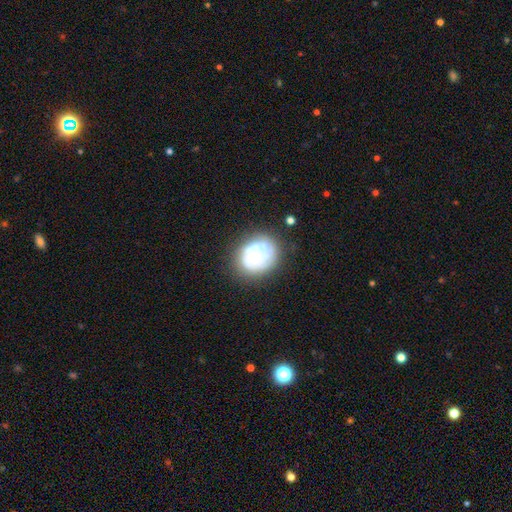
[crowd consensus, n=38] Overall: featured or disk (63%; smooth 34%). Edge-on disk: no (100%). Bar: no (88%). Spiral arms: yes (50%, tied with no). Spiral arm count: can't tell (67%). Spiral winding: tight (58%; loose 25%). Bulge size: moderate (46%; small 25%). Merging: none (54%; minor disturbance 32%).